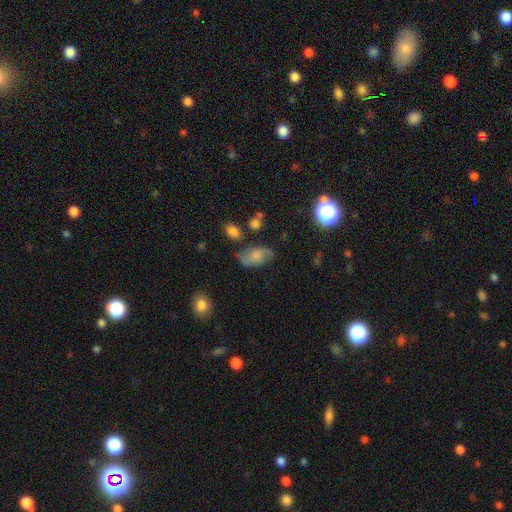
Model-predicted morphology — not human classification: Smooth or featured? Predicted: smooth (p=0.59). How rounded? Predicted: in between (p=0.91). Merging? Predicted: none (p=0.57).